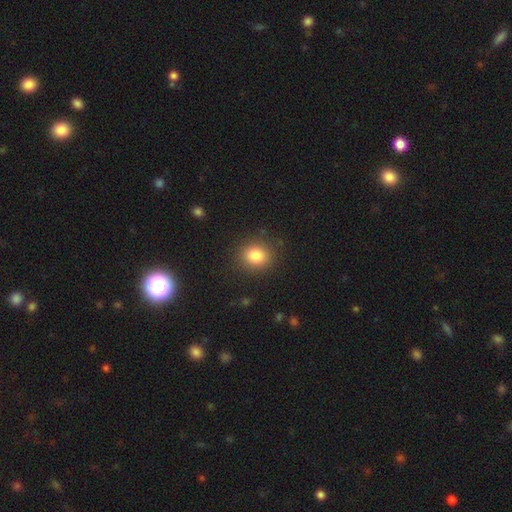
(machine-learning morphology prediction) smooth 83%, star or artifact 11%, featured or disk 7%. Down the decision tree: how rounded — round (71%); merging — none (88%).